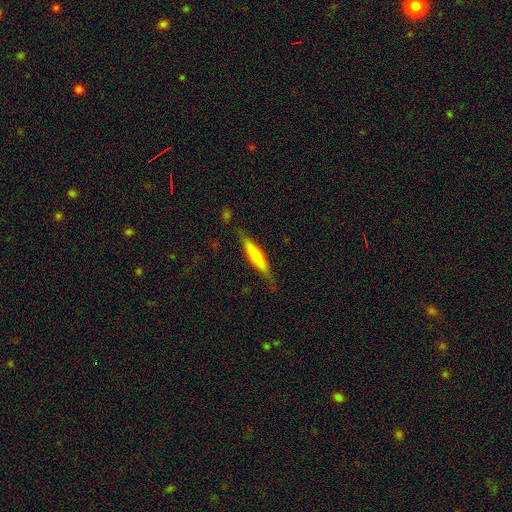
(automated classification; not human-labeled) Morphology: type=smooth (57%); roundness=cigar-shaped (89%); merging=none (77%).